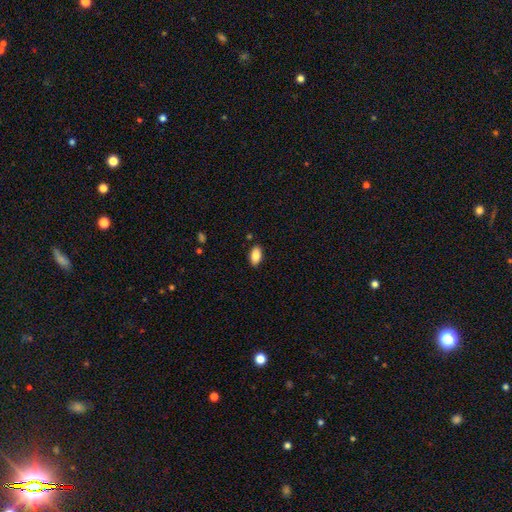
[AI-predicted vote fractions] smooth_or_featured: smooth (p=0.86) [alt: star or artifact p=0.07]
how_rounded: in between (p=0.92) [alt: cigar-shaped p=0.05]
merging: none (p=0.88) [alt: minor disturbance p=0.09]